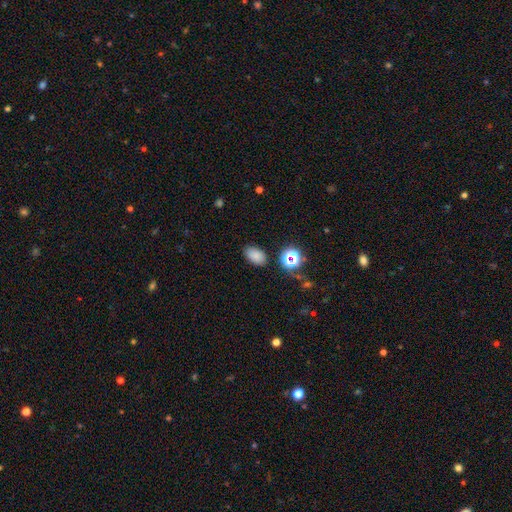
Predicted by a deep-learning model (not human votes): This appears to be a smooth galaxy with no disk features (78%) that is in between round and cigar-shaped (88%). Merging: none (84%).